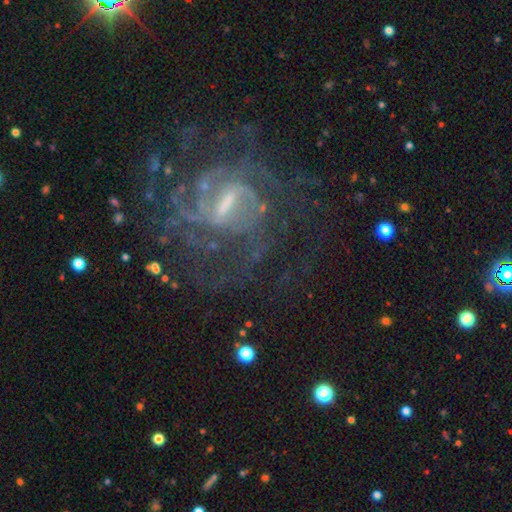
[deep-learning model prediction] Overall: featured or disk (83%). Edge-on disk: no (97%). Bar: weak (51%; strong 35%). Spiral arms: yes (91%). Spiral arm count: can't tell (41%; 2 16%). Spiral winding: tight (50%; medium 37%). Bulge size: small (49%; moderate 28%). Merging: none (69%).